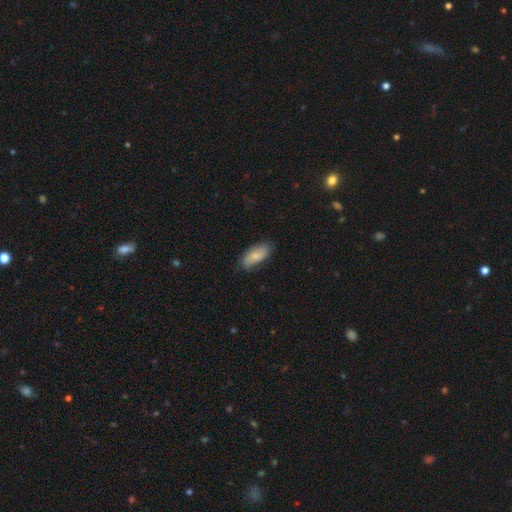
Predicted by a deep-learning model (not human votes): smooth 69%, featured or disk 25%, star or artifact 6%. Down the decision tree: how rounded — in between (87%); merging — none (72%).